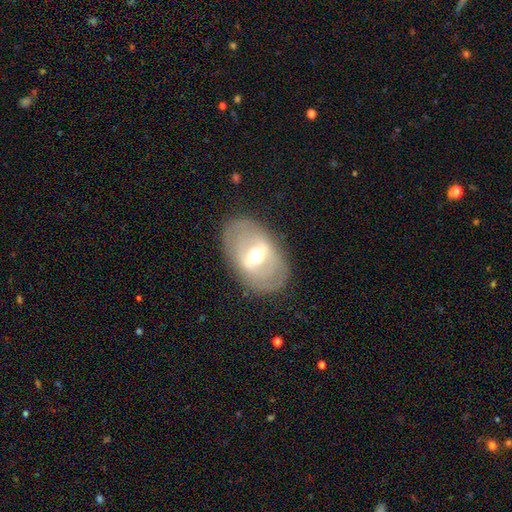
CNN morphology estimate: The model was most divided on "bar": strong: 44%, weak: 38%, no: 18%. More confident: edge-on disk — no (90%); merging — none (81%); bulge size — moderate (71%); smooth or featured — featured or disk (68%); spiral arms — no (65%).